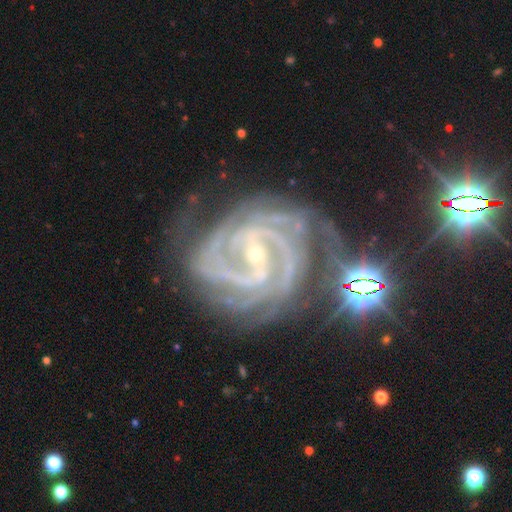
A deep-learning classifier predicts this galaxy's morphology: This is clearly a featured or disk galaxy (92%). It is clearly not viewed edge-on (98%). Bar: marginally strong (41%). Spiral arm pattern: clearly yes (99%). Spiral arm count: marginally 2 (31%). Spiral winding: likely tight (62%). Central bulge: clearly small (80%). Merging: likely none (61%).